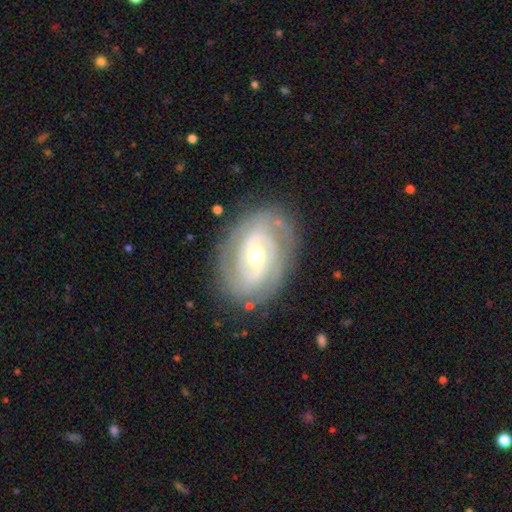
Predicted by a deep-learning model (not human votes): Smooth or featured? featured or disk (83%)
Edge-on disk? no (96%)
Bar? weak (41%)
Spiral arms? yes (90%)
Spiral winding? tight (66%)
Spiral arm count? 2 (51%)
Bulge size? moderate (64%)
Merging? none (79%)